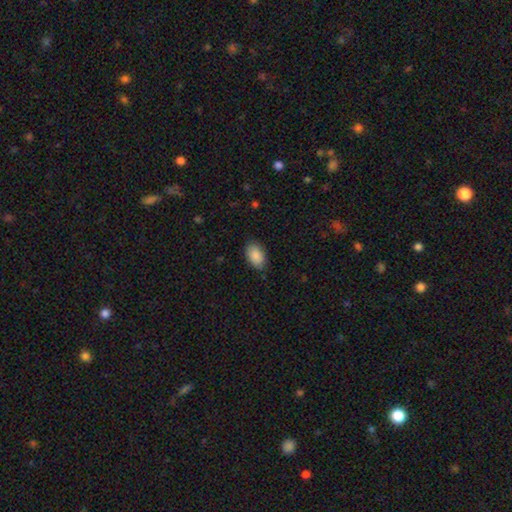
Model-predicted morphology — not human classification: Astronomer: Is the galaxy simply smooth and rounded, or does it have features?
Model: smooth — 89%.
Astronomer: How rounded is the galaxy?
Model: in between — 93%.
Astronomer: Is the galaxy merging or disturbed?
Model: none — 84%.